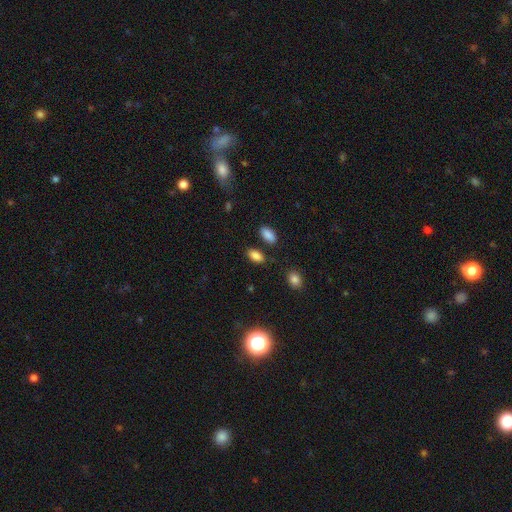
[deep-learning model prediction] This appears to be a smooth galaxy with no disk features (86%) that is in between round and cigar-shaped (91%). Merging: none (81%).